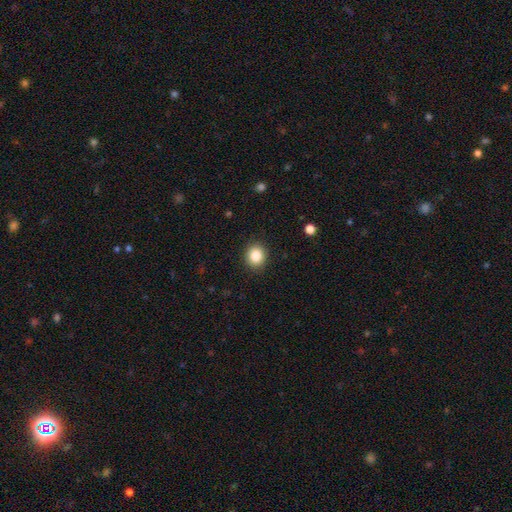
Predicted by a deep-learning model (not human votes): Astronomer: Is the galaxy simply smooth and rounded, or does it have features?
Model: smooth — 86%.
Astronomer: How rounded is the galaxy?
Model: round — 73%.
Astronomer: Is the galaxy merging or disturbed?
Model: none — 90%.